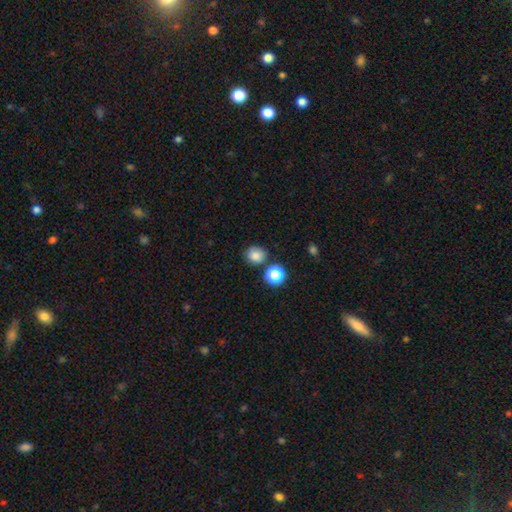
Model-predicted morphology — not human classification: type=smooth (82%); roundness=round (80%); merging=none (78%).